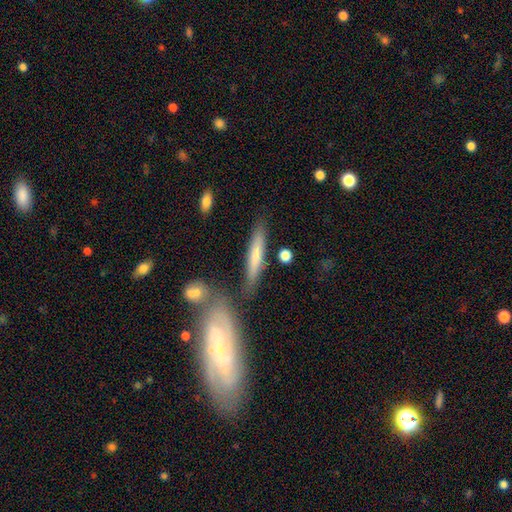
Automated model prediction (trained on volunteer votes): A smooth galaxy with no disk features (65%) that is cigar-shaped (88%). Merging: none (73%).